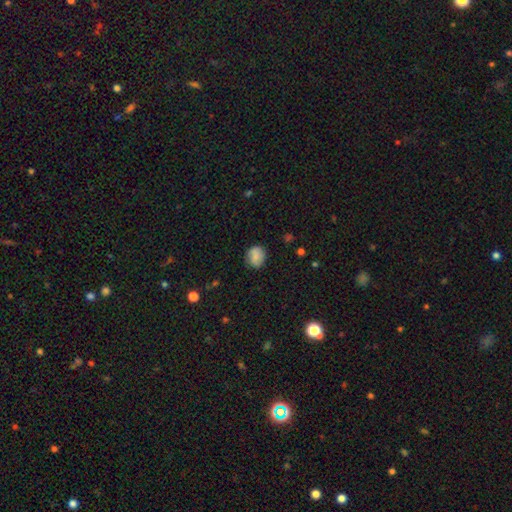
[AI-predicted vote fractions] Q: Smooth or featured?
A: smooth (75%); runner-up: featured or disk (16%)
Q: How rounded?
A: round (71%); runner-up: in between (28%)
Q: Merging?
A: none (77%); runner-up: minor disturbance (17%)